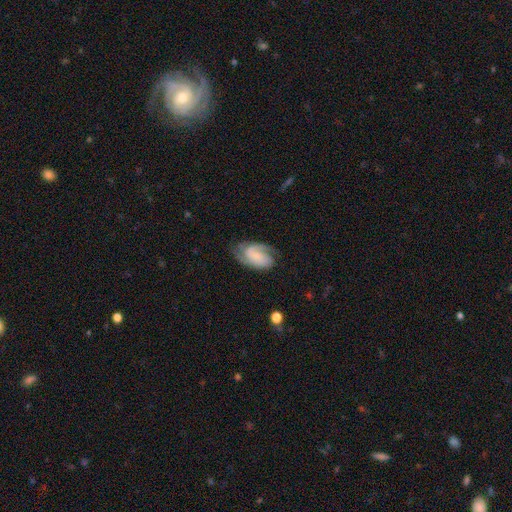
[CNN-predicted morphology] type=featured or disk (68%); edge-on=no (97%); bar=no (56%); spiral arms=yes (93%); winding=medium (42%); arm count=2 (57%); bulge=none (40%); merging=none (61%).